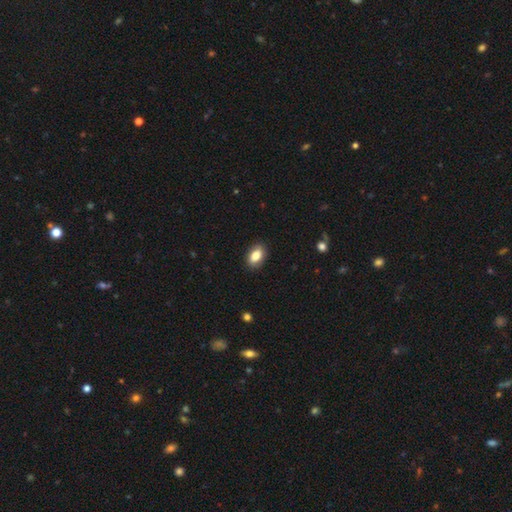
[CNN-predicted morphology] Q: Smooth or featured?
A: smooth (84%); runner-up: featured or disk (9%)
Q: How rounded?
A: in between (90%); runner-up: round (8%)
Q: Merging?
A: none (88%); runner-up: minor disturbance (9%)